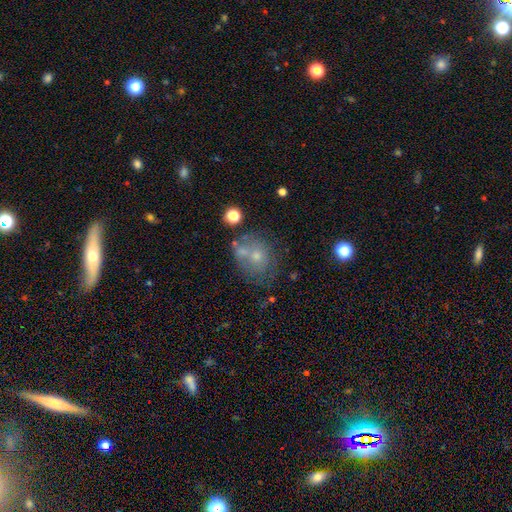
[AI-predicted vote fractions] smooth 49%, featured or disk 36%, star or artifact 15%. Down the decision tree: merging — none (44%).